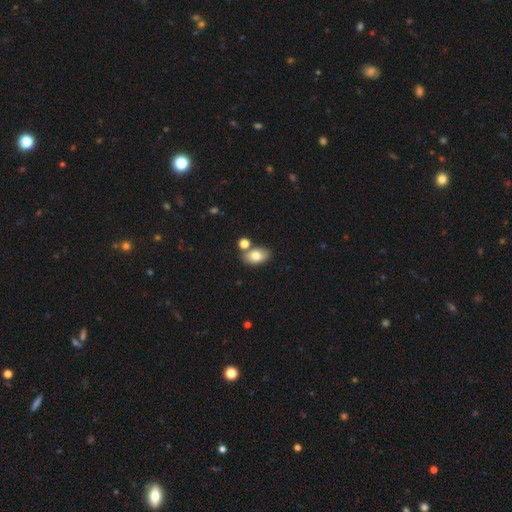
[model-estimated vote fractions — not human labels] smooth-or-featured: smooth: 77% | featured or disk: 14% | star or artifact: 9%
  how-rounded: in between: 86% | round: 12% | cigar-shaped: 2%
  merging: none: 68% | merger: 17% | minor disturbance: 12% | major disturbance: 3%